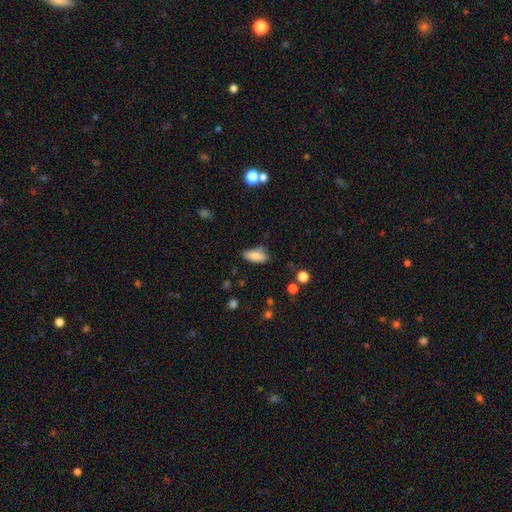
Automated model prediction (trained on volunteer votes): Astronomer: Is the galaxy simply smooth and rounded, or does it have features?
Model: smooth — 83%.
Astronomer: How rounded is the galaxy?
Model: in between — 84%.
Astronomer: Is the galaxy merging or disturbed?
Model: none — 68%.